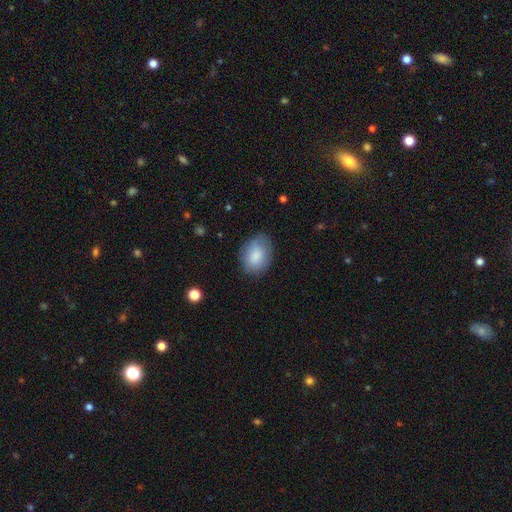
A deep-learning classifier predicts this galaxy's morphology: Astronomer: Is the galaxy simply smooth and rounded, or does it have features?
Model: smooth — 84%.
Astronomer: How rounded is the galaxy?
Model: in between — 75%.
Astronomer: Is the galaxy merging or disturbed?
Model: none — 75%.